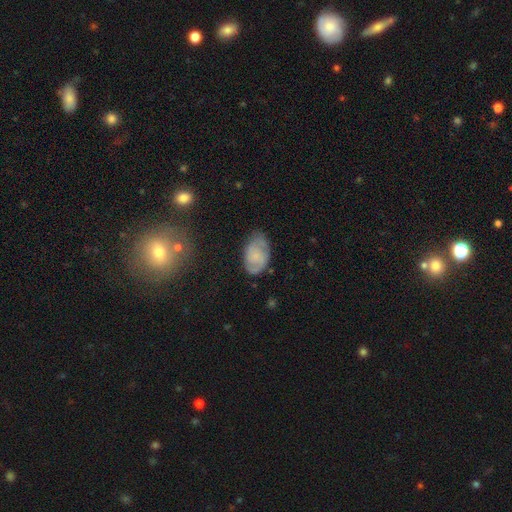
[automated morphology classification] featured or disk 51%, smooth 41%, star or artifact 8%. Down the decision tree: edge-on disk — no (96%); merging — none (65%).